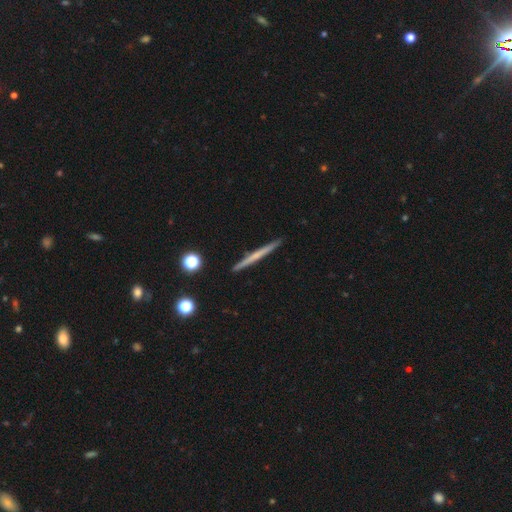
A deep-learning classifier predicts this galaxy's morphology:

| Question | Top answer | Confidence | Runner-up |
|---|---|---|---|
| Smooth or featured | featured or disk | 55% | smooth (39%) |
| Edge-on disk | yes | 98% | no (2%) |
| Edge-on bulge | none | 76% | rounded (19%) |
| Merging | none | 92% | minor disturbance (5%) |